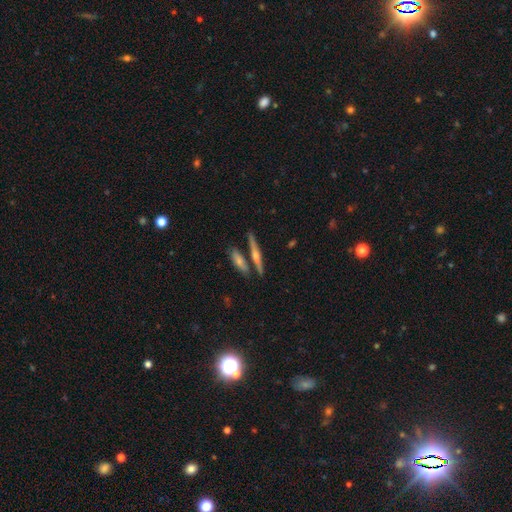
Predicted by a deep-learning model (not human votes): Smooth or featured? featured or disk (54%)
Edge-on disk? yes (95%)
Edge-on bulge? rounded (74%)
Merging? none (72%)